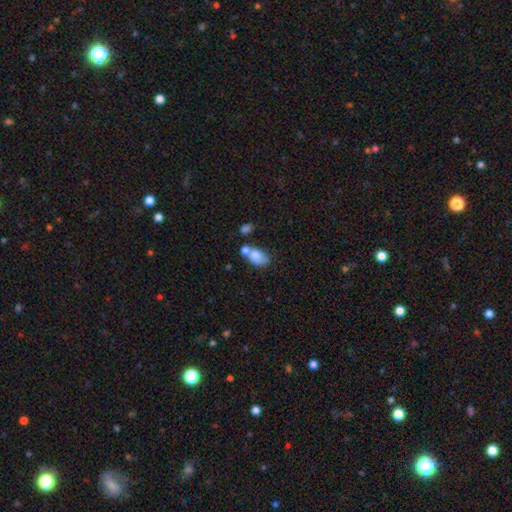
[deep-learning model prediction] Overall: smooth (74%). How rounded: in between (83%). Merging: merger (45%; none 28%).